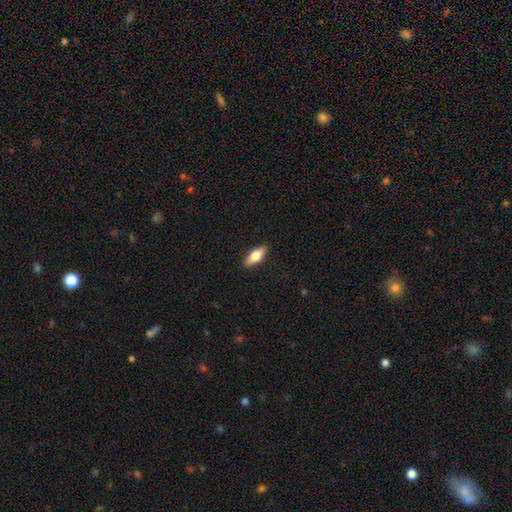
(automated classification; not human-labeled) Morphology: type=smooth (63%); roundness=in between (71%); merging=none (88%).